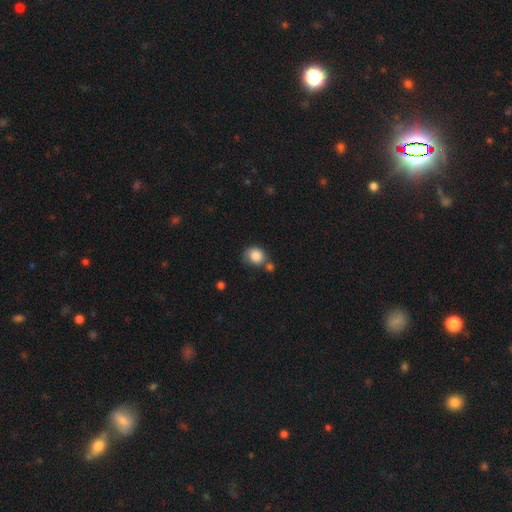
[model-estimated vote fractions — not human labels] Smooth or featured?
  - smooth: 85% *
  - star or artifact: 8%
  - featured or disk: 7%
How rounded?
  - round: 74% *
  - in between: 25%
  - cigar-shaped: 1%
Merging?
  - none: 51% *
  - merger: 22%
  - minor disturbance: 21%
  - major disturbance: 7%